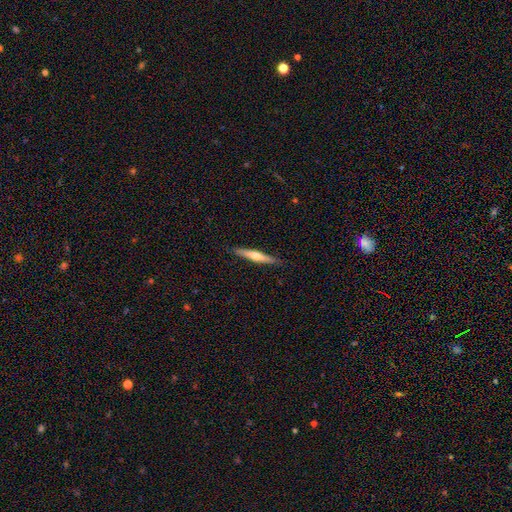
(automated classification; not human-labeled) smooth-or-featured: featured or disk: 52% | smooth: 43% | star or artifact: 5%
  disk-edge-on: yes: 96% | no: 4%
  merging: none: 89% | minor disturbance: 9% | major disturbance: 2% | merger: 1%